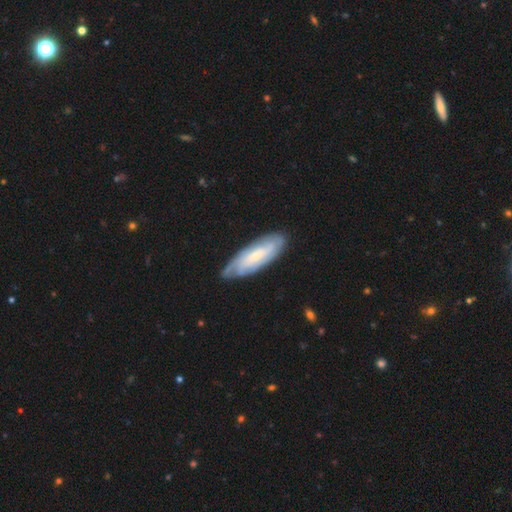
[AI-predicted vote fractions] smooth_or_featured: featured or disk (p=0.64) [alt: smooth p=0.30]
disk_edge_on: no (p=0.82) [alt: yes p=0.18]
bar: no (p=0.58) [alt: weak p=0.32]
has_spiral_arms: yes (p=0.87) [alt: no p=0.13]
bulge_size: small (p=0.70) [alt: moderate p=0.23]
merging: none (p=0.77) [alt: minor disturbance p=0.18]